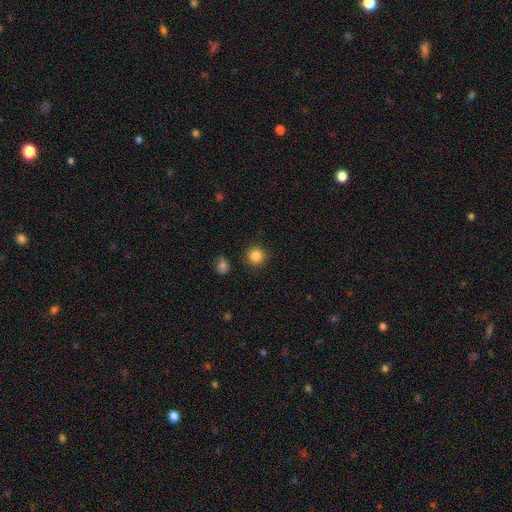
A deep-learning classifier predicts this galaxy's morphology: The model was most divided on "smooth or featured": smooth: 86%, star or artifact: 11%, featured or disk: 4%. More confident: how rounded — round (95%); merging — none (90%).